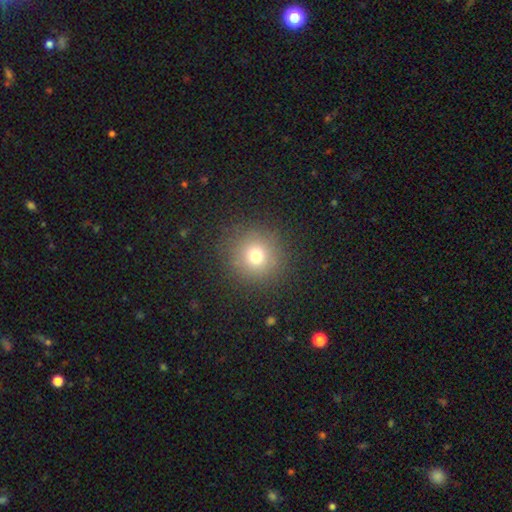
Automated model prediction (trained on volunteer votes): Morphology: type=smooth (71%); roundness=round (94%); merging=none (87%).